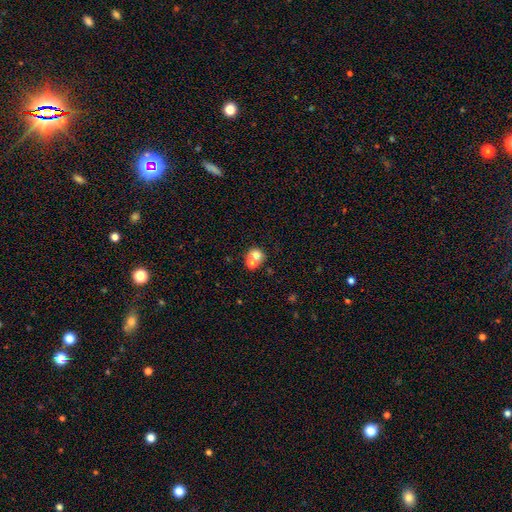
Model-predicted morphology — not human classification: Q: Smooth or featured?
A: smooth (71%); runner-up: featured or disk (16%)
Q: How rounded?
A: round (78%); runner-up: in between (21%)
Q: Merging?
A: merger (48%); runner-up: none (41%)